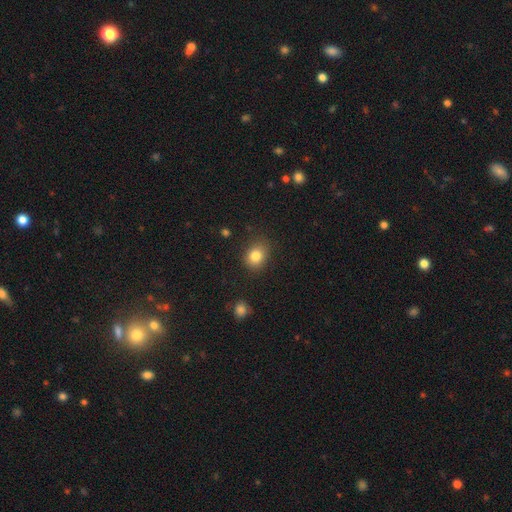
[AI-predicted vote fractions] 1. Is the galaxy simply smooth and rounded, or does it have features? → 83% smooth, 11% star or artifact, 7% featured or disk.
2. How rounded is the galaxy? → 59% round, 41% in between, 1% cigar-shaped.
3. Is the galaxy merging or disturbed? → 83% none, 12% minor disturbance, 3% major disturbance, 2% merger.